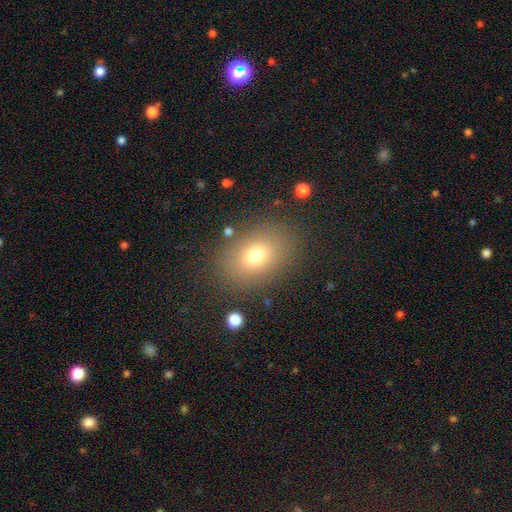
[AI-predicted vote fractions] A smooth galaxy with no disk features (73%) that is in between round and cigar-shaped (69%). Merging: none (83%).